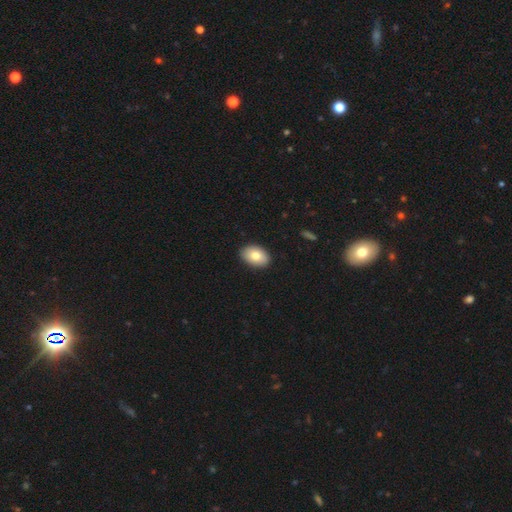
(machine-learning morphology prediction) Smooth or featured: smooth — 79% (featured or disk — 14%)
How rounded: in between — 88% (round — 11%)
Merging: none — 89% (minor disturbance — 8%)